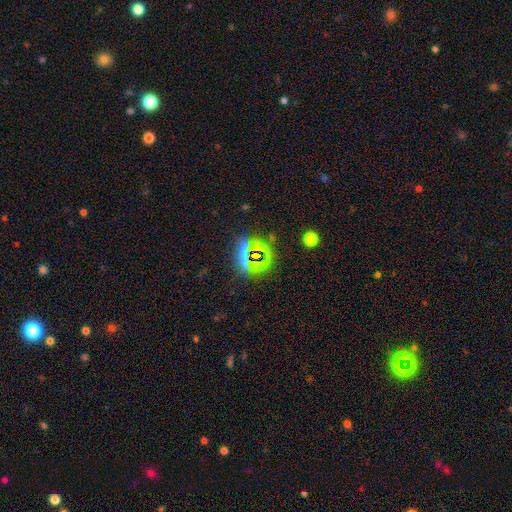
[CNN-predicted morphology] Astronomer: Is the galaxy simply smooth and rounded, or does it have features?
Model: star or artifact — 71%.